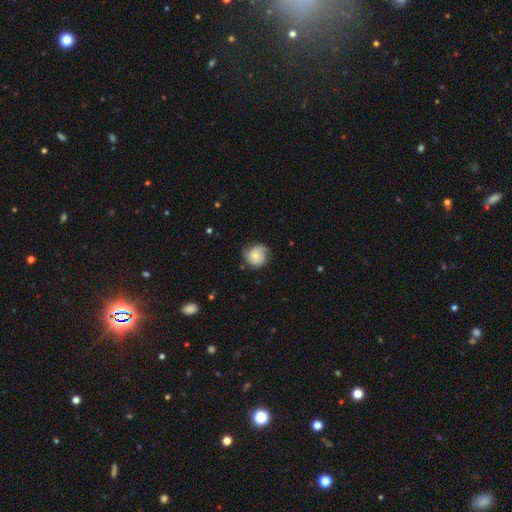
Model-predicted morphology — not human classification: Smooth or featured?
  - featured or disk: 51% *
  - smooth: 42%
  - star or artifact: 8%
Edge-on disk?
  - no: 98% *
  - yes: 2%
Merging?
  - none: 67% *
  - minor disturbance: 23%
  - major disturbance: 8%
  - merger: 1%